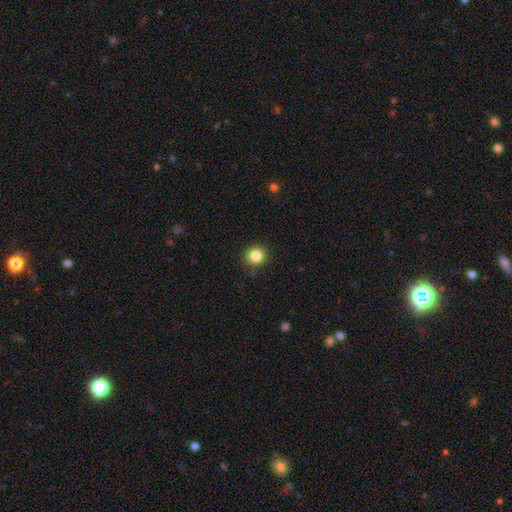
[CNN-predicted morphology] This appears to be a smooth galaxy with no disk features (84%) that is round (92%). Merging: none (88%).